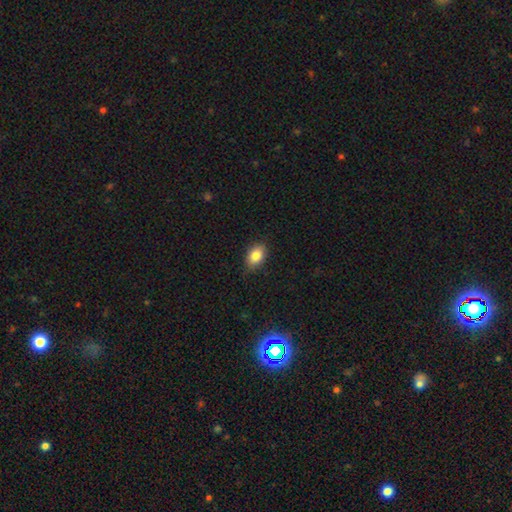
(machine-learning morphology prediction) A smooth galaxy with no disk features (84%) that is in between round and cigar-shaped (83%). Merging: none (83%).